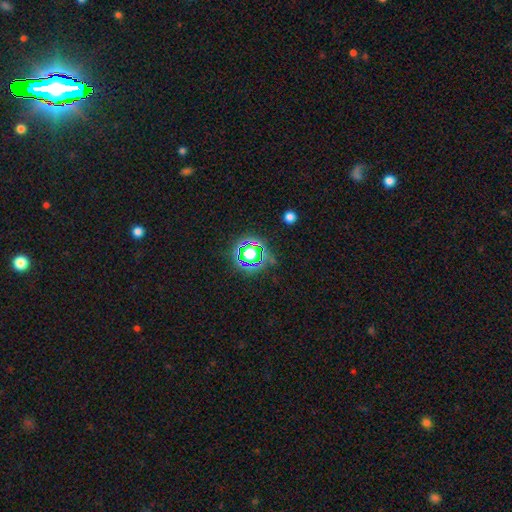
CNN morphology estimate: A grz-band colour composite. It shows a star or artifact, not a galaxy (77%).